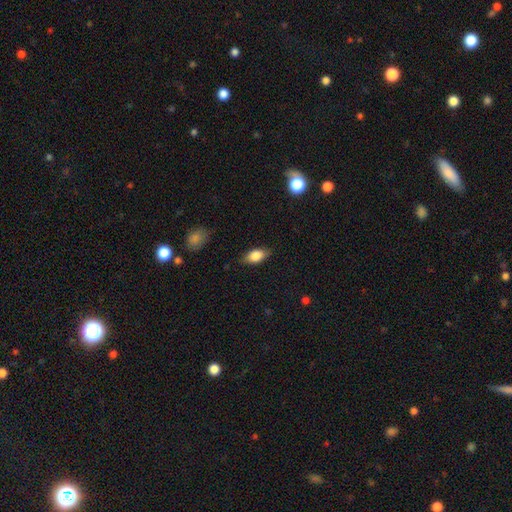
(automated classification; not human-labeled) A smooth galaxy with no disk features (79%) that is in between round and cigar-shaped (87%).

Vote fractions:
- Smooth or featured? smooth: 79% / featured or disk: 14% / star or artifact: 7%
- How rounded? in between: 87% / cigar-shaped: 7% / round: 6%
- Merging? none: 82% / minor disturbance: 14% / major disturbance: 3% / merger: 1%